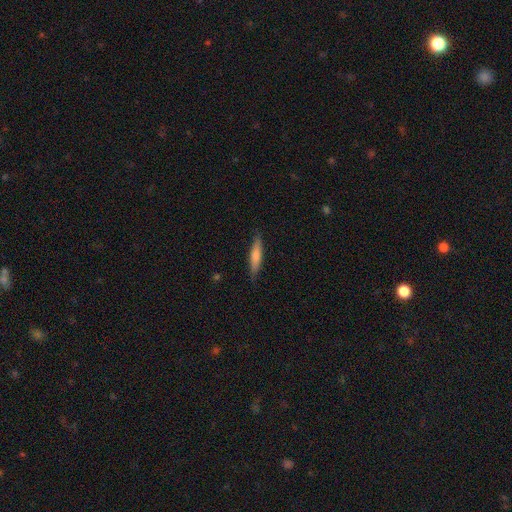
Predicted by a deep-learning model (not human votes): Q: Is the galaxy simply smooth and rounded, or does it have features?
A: smooth — 70%.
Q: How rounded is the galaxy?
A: cigar-shaped — 86%.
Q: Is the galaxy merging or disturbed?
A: none — 88%.